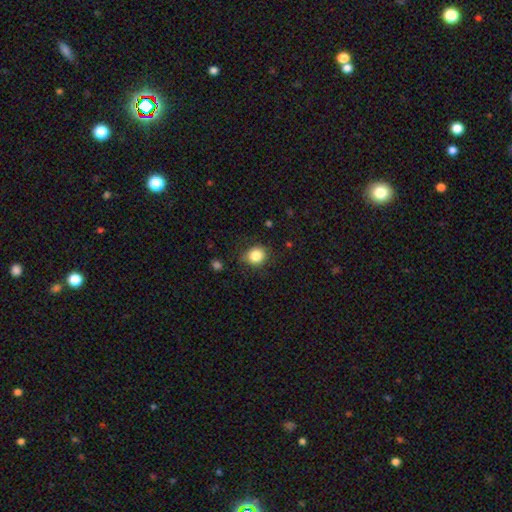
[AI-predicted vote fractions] Q: Smooth or featured?
A: smooth (85%); runner-up: star or artifact (10%)
Q: How rounded?
A: round (76%); runner-up: in between (23%)
Q: Merging?
A: none (82%); runner-up: minor disturbance (13%)